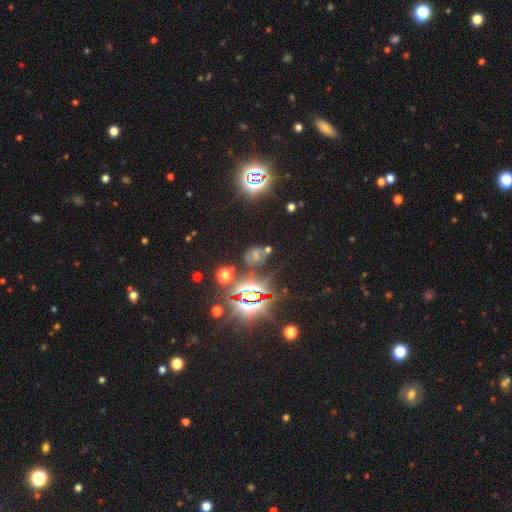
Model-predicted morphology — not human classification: Smooth or featured: star or artifact — 53% (smooth — 29%)